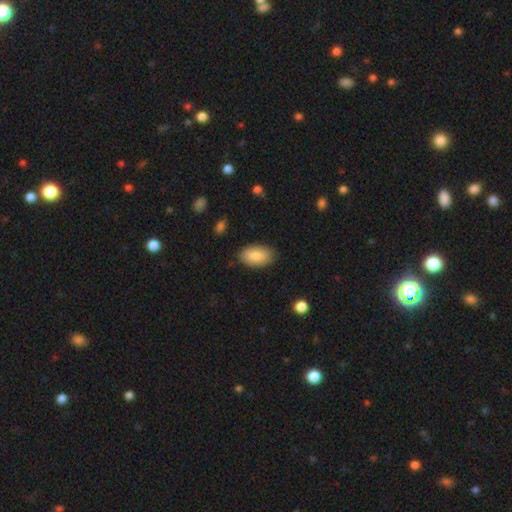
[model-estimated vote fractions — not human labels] smooth 85%, featured or disk 8%, star or artifact 6%. Down the decision tree: how rounded — in between (94%); merging — none (85%).